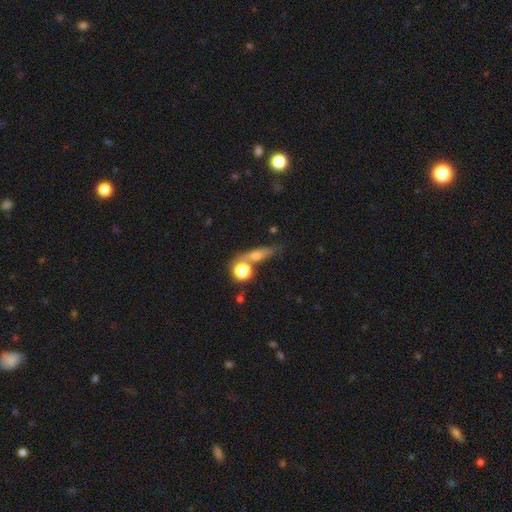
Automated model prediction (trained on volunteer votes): Smooth or featured? smooth (50%)
Merging? none (60%)